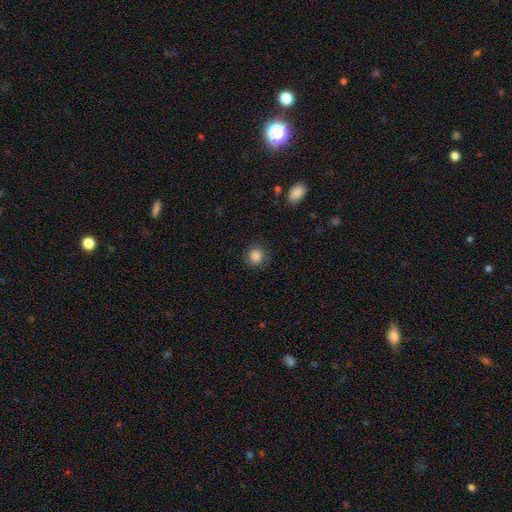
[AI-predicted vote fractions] This is clearly a smooth galaxy (86%). How rounded: clearly round (89%). Merging: clearly none (84%).